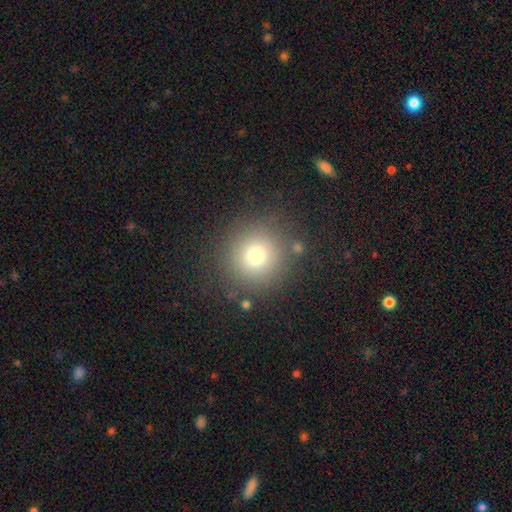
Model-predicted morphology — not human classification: A smooth galaxy with no disk features (75%) that is round (95%).

Vote fractions:
- Smooth or featured? smooth: 75% / star or artifact: 15% / featured or disk: 10%
- How rounded? round: 95% / in between: 4% / cigar-shaped: 1%
- Merging? none: 85% / minor disturbance: 8% / major disturbance: 4% / merger: 3%